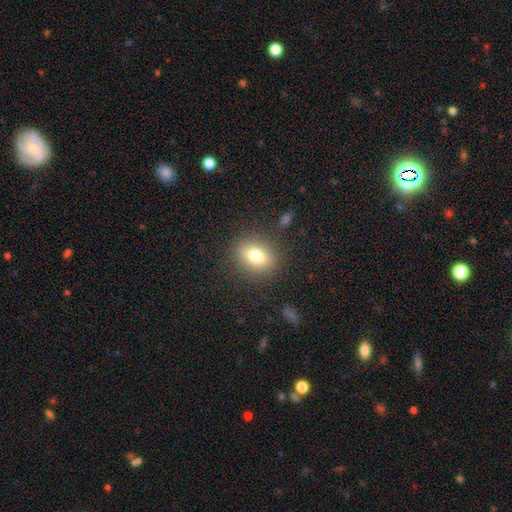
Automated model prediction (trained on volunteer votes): smooth_or_featured: smooth (p=0.78) [alt: featured or disk p=0.11]
how_rounded: in between (p=0.53) [alt: round p=0.45]
merging: none (p=0.85) [alt: minor disturbance p=0.09]